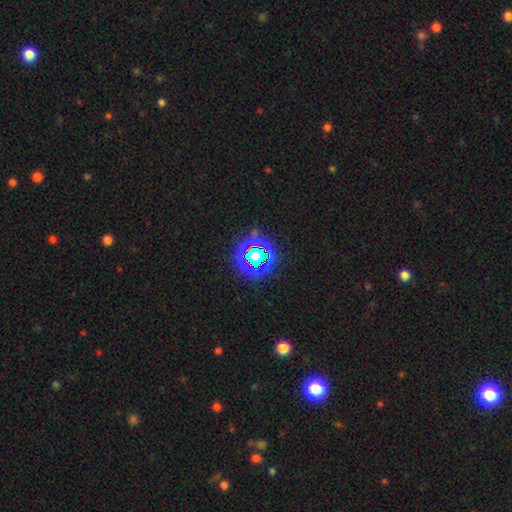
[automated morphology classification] Q: Smooth or featured?
A: star or artifact (78%); runner-up: smooth (14%)